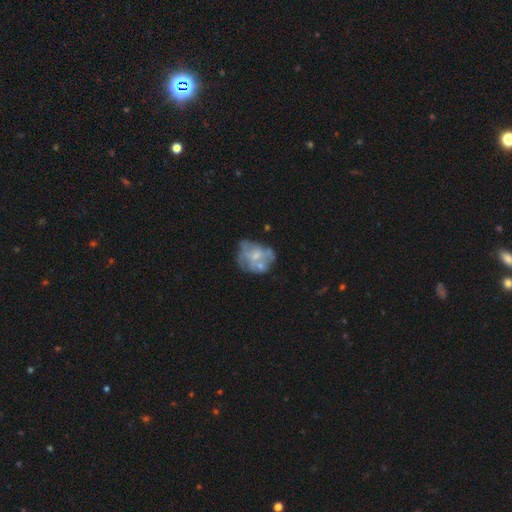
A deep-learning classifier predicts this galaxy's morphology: smooth-or-featured: featured or disk: 57% | smooth: 33% | star or artifact: 9%
  disk-edge-on: no: 98% | yes: 2%
    bar: no: 81% | weak: 16% | strong: 3%
    has-spiral-arms: no: 79% | yes: 21%
    bulge-size: small: 47% | moderate: 30% | none: 20% | large: 2% | dominant: 1%
  merging: none: 41% | minor disturbance: 23% | major disturbance: 20% | merger: 17%